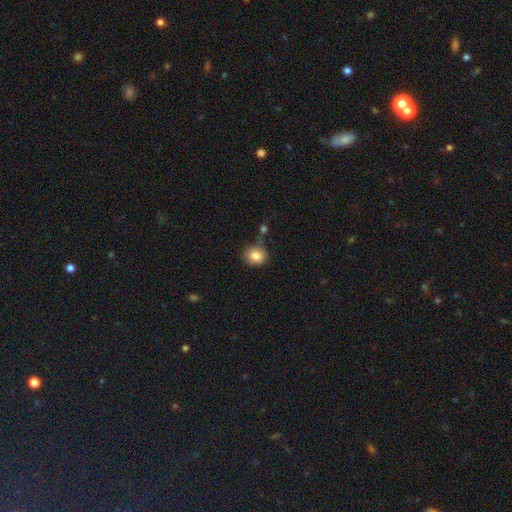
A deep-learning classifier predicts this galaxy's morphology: Q: Smooth or featured?
A: smooth (85%); runner-up: star or artifact (9%)
Q: How rounded?
A: round (82%); runner-up: in between (17%)
Q: Merging?
A: none (74%); runner-up: minor disturbance (14%)